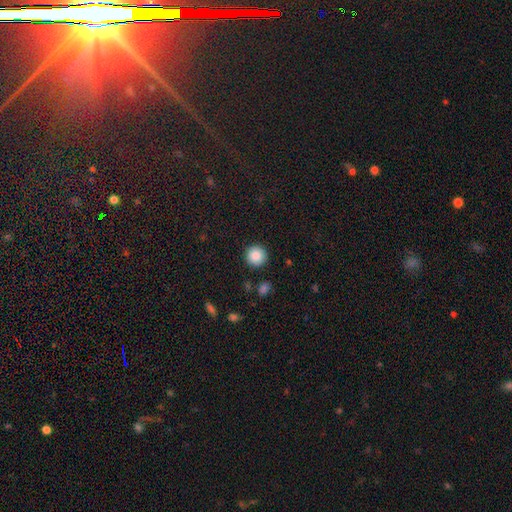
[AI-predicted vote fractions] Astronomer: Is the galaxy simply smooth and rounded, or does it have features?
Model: smooth — 87%.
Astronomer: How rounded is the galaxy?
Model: round — 95%.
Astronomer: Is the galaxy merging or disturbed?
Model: none — 91%.